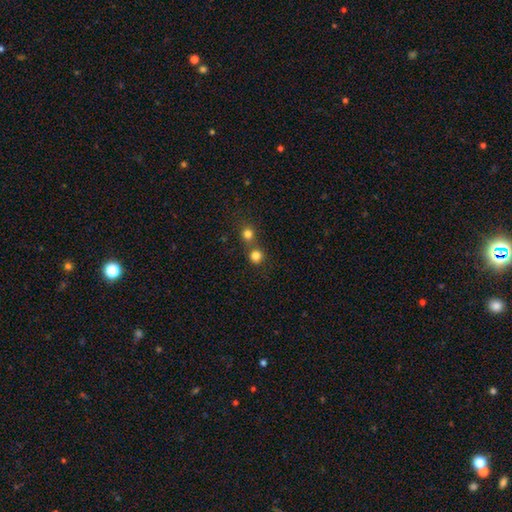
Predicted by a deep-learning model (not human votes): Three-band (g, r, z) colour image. It shows a smooth galaxy with no disk features (80%) that is round (91%). Merging: none (59%).